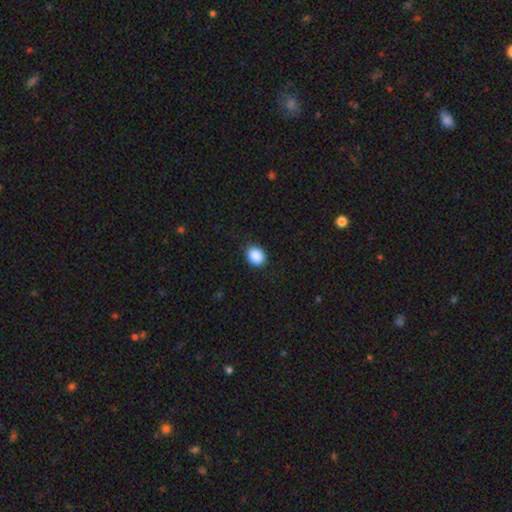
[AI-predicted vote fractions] smooth 89%, star or artifact 8%, featured or disk 3%. Down the decision tree: how rounded — round (52%); merging — none (88%).